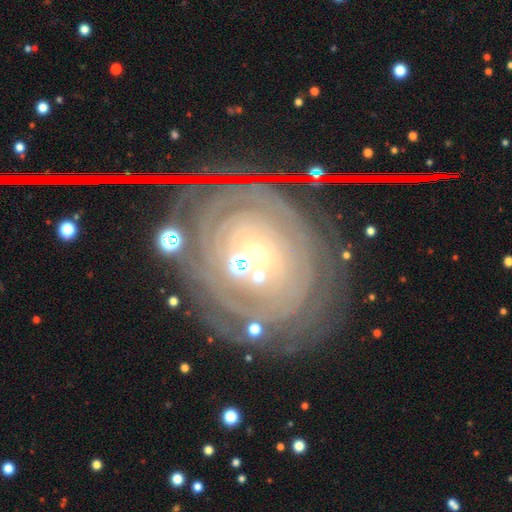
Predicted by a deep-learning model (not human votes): Smooth or featured? Predicted: featured or disk (p=0.67). Edge-on disk? Predicted: no (p=0.94). Bar? Predicted: no (p=0.83). Spiral arms? Predicted: yes (p=0.65). Bulge size? Predicted: small (p=0.66). Merging? Predicted: none (p=0.70).